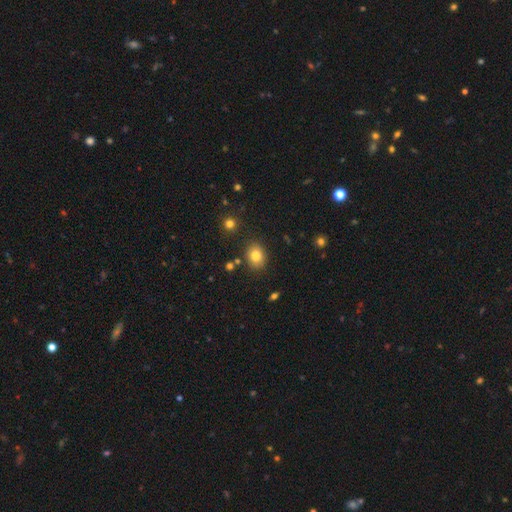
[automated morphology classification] smooth-or-featured: smooth: 81% | star or artifact: 11% | featured or disk: 9%
  how-rounded: round: 50% | in between: 49% | cigar-shaped: 1%
  merging: none: 84% | minor disturbance: 10% | merger: 3% | major disturbance: 3%